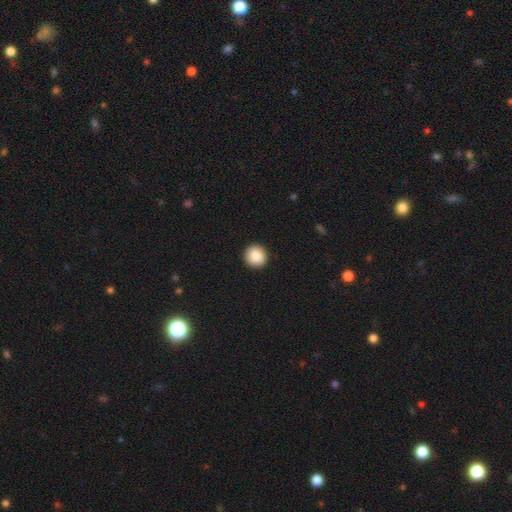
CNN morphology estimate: A smooth galaxy with no disk features (88%) that is round (94%). Merging: none (93%).